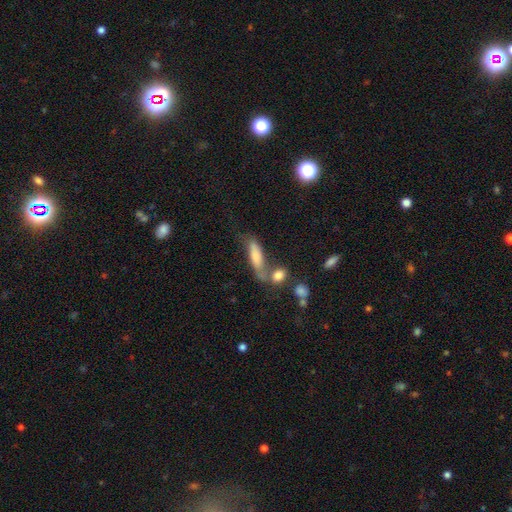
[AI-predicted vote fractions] Smooth or featured? smooth (73%)
How rounded? cigar-shaped (50%)
Merging? merger (35%, tied with none)